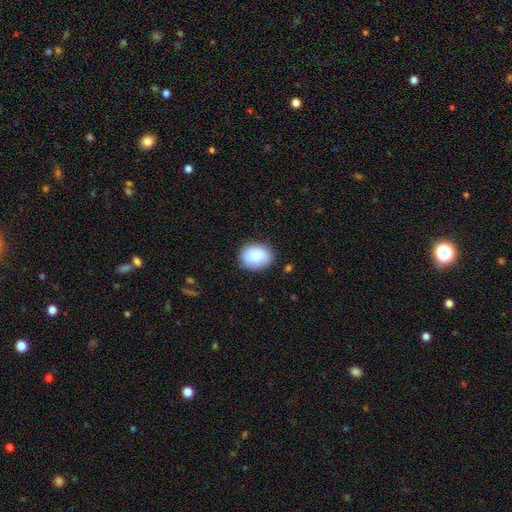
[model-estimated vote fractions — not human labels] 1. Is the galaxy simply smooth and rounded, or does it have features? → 87% smooth, 7% star or artifact, 6% featured or disk.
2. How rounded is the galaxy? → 57% in between, 42% round, 1% cigar-shaped.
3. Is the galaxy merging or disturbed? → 84% none, 12% minor disturbance, 3% major disturbance, 1% merger.